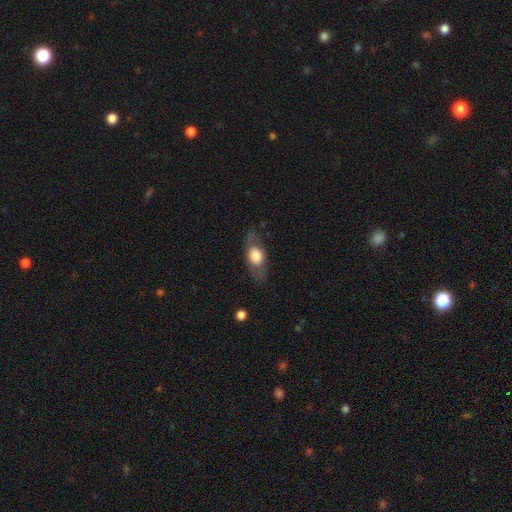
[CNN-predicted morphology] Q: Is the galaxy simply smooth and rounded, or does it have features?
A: smooth — 54%.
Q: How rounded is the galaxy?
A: in between — 75%.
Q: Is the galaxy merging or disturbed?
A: none — 75%.